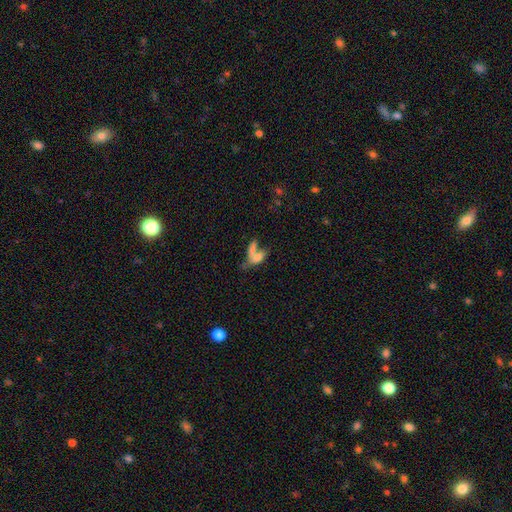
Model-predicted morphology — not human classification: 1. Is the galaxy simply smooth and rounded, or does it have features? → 62% smooth, 26% featured or disk, 12% star or artifact.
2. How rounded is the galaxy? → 70% in between, 22% cigar-shaped, 8% round.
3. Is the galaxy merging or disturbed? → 55% merger, 23% none, 13% major disturbance, 9% minor disturbance.